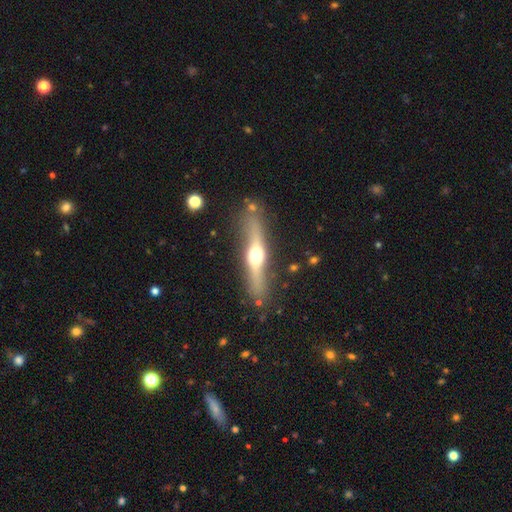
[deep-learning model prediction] featured or disk 71%, smooth 24%, star or artifact 5%. Down the decision tree: edge-on disk — yes (88%); edge-on bulge — rounded (95%); merging — none (81%).